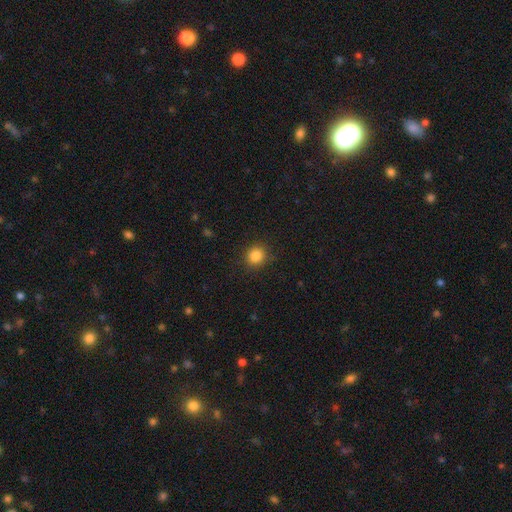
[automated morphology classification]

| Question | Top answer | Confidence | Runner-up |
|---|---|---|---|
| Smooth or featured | smooth | 85% | star or artifact (11%) |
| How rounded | round | 83% | in between (16%) |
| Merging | none | 89% | minor disturbance (8%) |